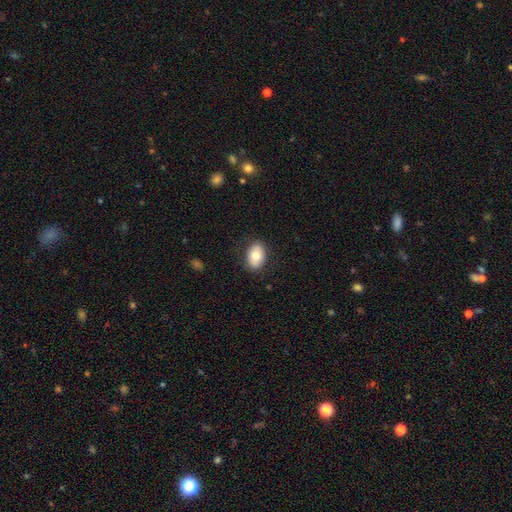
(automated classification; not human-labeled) smooth-or-featured: smooth: 74% | featured or disk: 19% | star or artifact: 7%
  how-rounded: in between: 82% | round: 16% | cigar-shaped: 1%
  merging: none: 84% | minor disturbance: 11% | major disturbance: 3% | merger: 1%